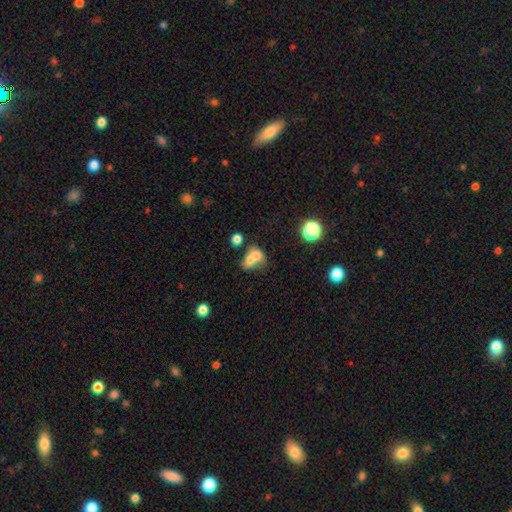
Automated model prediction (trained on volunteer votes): A smooth galaxy with no disk features (66%) that is in between round and cigar-shaped (59%).

Vote fractions:
- Smooth or featured? smooth: 66% / featured or disk: 22% / star or artifact: 12%
- How rounded? in between: 59% / round: 40% / cigar-shaped: 2%
- Merging? merger: 69% / none: 17% / minor disturbance: 7% / major disturbance: 6%